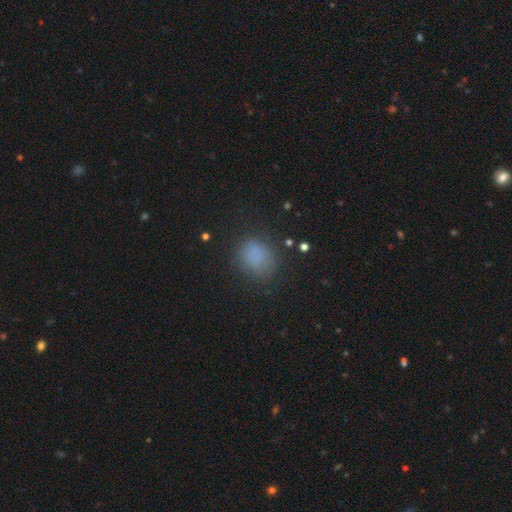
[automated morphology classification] A smooth galaxy with no disk features (80%) that is round (62%). Merging: none (77%).